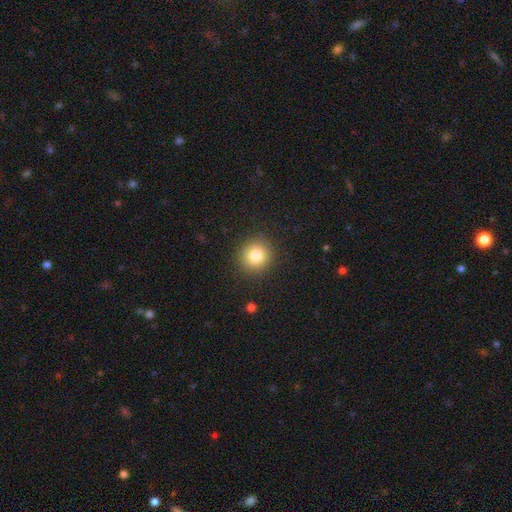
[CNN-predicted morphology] This appears to be a smooth galaxy with no disk features (83%) that is round (90%). Merging: none (90%).